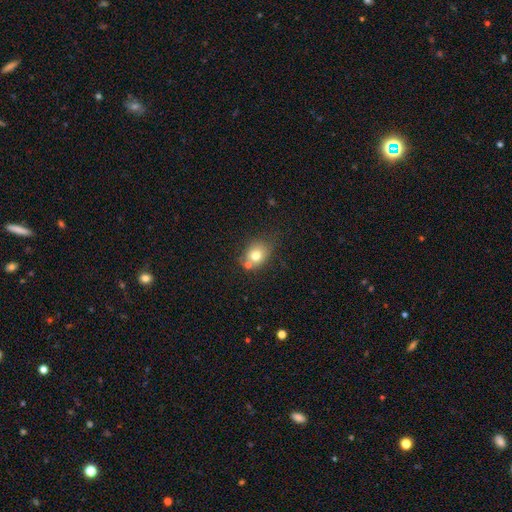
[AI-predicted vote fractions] Smooth or featured?
  - smooth: 76% *
  - featured or disk: 13%
  - star or artifact: 11%
How rounded?
  - round: 62% *
  - in between: 37%
  - cigar-shaped: 1%
Merging?
  - none: 54% *
  - merger: 22%
  - minor disturbance: 18%
  - major disturbance: 6%